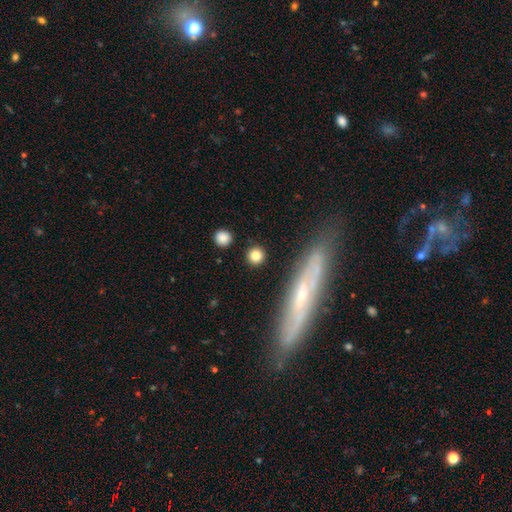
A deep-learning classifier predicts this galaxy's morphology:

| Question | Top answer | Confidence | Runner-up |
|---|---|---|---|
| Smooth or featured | smooth | 83% | star or artifact (9%) |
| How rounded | round | 91% | in between (7%) |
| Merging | none | 88% | minor disturbance (6%) |